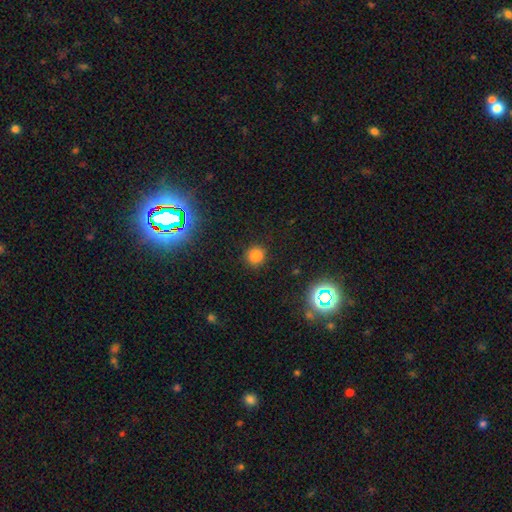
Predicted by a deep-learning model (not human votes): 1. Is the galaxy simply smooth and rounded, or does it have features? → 79% smooth, 17% star or artifact, 4% featured or disk.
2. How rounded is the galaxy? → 90% round, 9% in between, 1% cigar-shaped.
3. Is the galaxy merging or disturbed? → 88% none, 7% minor disturbance, 3% major disturbance, 1% merger.